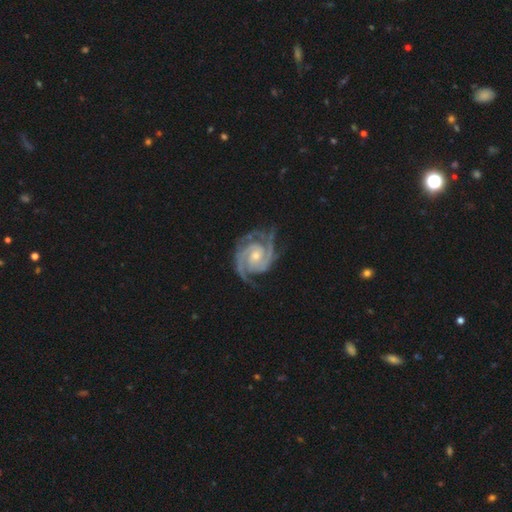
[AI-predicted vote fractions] A featured or disk galaxy (93%) with no bar (58%), 2 (57%) tight (63%) spiral arms (99%) and a small central bulge (49%). Merging: none (76%).